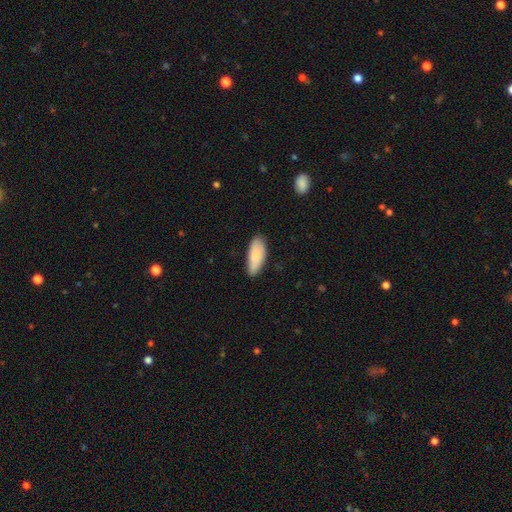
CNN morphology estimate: A smooth galaxy with no disk features (85%) that is in between round and cigar-shaped (77%).

Vote fractions:
- Smooth or featured? smooth: 85% / featured or disk: 9% / star or artifact: 6%
- How rounded? in between: 77% / cigar-shaped: 21% / round: 2%
- Merging? none: 78% / minor disturbance: 18% / major disturbance: 3% / merger: 1%